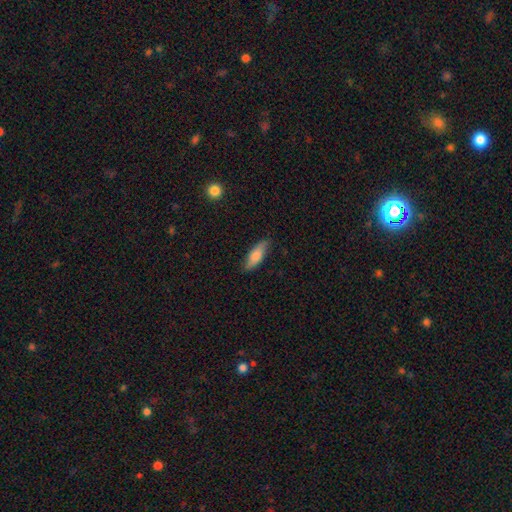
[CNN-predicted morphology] The model was most divided on "how rounded": in between: 55%, cigar-shaped: 42%, round: 2%. More confident: merging — none (82%); smooth or featured — smooth (71%).